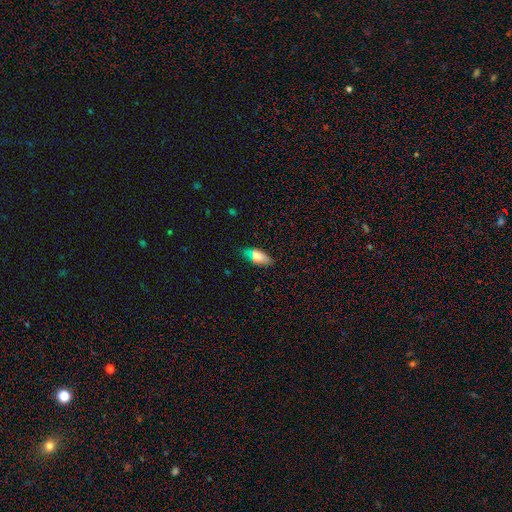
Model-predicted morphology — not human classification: This is likely a smooth galaxy (74%). How rounded: likely in between (80%). Merging: likely none (73%).